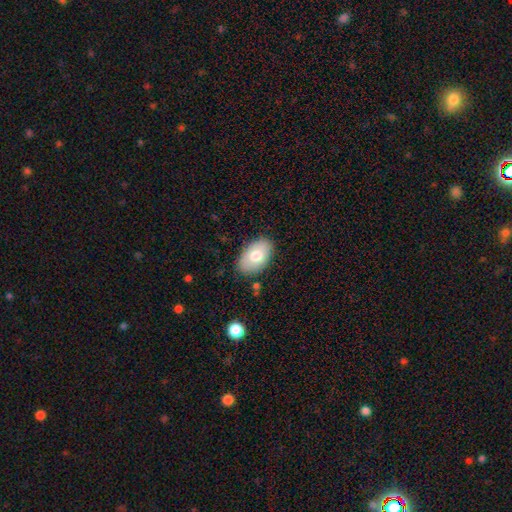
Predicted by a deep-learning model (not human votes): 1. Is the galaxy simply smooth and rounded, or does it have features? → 75% smooth, 18% featured or disk, 7% star or artifact.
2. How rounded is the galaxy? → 92% in between, 7% round, 1% cigar-shaped.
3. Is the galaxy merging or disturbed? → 84% none, 12% minor disturbance, 3% major disturbance, 2% merger.